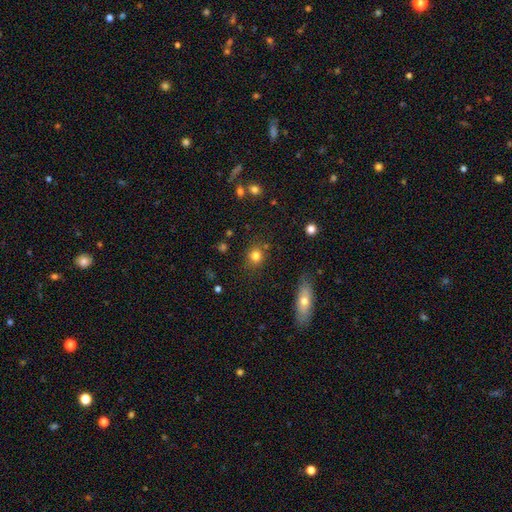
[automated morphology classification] type=smooth (80%); roundness=round (81%); merging=none (82%).